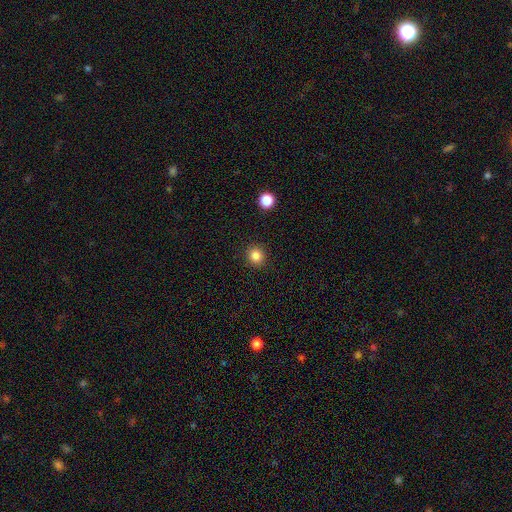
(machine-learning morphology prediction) A smooth galaxy with no disk features (84%) that is round (92%). Merging: none (92%).